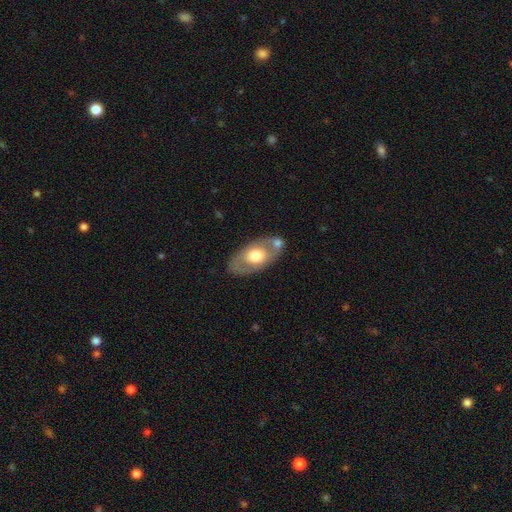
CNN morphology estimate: Smooth or featured?
  - smooth: 48% *
  - featured or disk: 46%
  - star or artifact: 5%
Merging?
  - none: 65% *
  - minor disturbance: 16%
  - merger: 14%
  - major disturbance: 5%